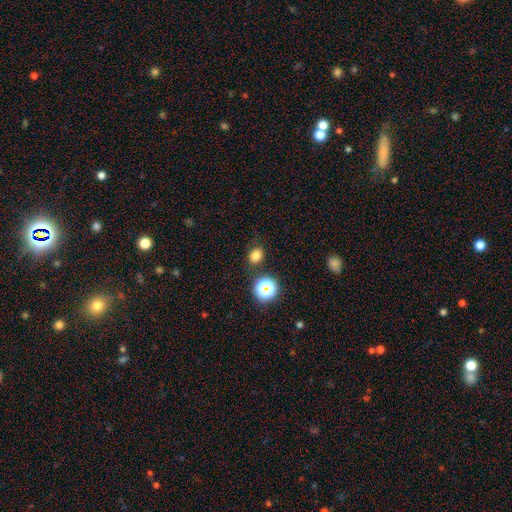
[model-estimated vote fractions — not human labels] smooth_or_featured: smooth (p=0.76) [alt: star or artifact p=0.18]
how_rounded: round (p=0.52) [alt: in between p=0.47]
merging: none (p=0.81) [alt: minor disturbance p=0.11]